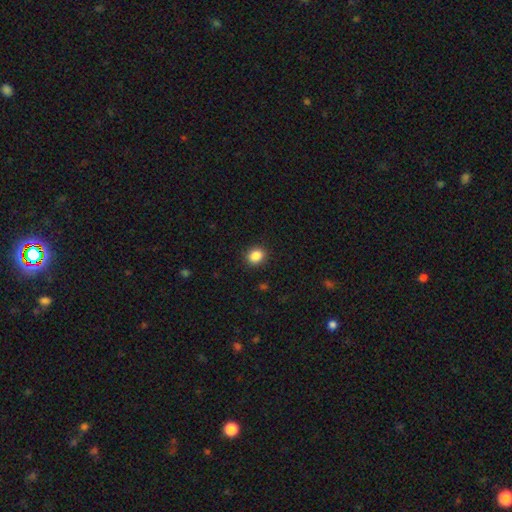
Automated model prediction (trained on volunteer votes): The model was most divided on "how rounded": round: 64%, in between: 35%, cigar-shaped: 1%. More confident: merging — none (90%); smooth or featured — smooth (87%).